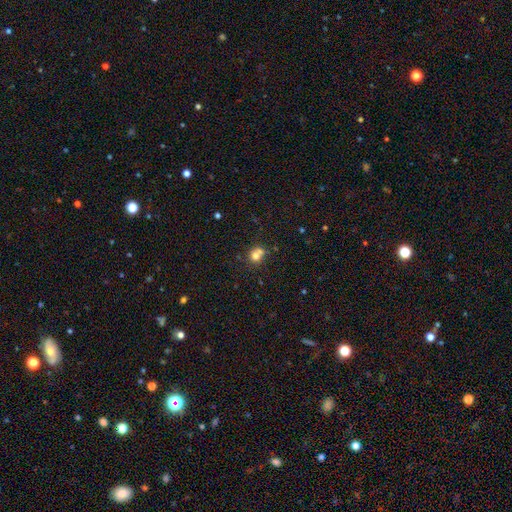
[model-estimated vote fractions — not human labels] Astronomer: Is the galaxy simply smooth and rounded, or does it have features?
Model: smooth — 73%.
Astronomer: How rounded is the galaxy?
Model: round — 80%.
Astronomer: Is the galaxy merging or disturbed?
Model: none — 43% (runner-up: merger, 42%).